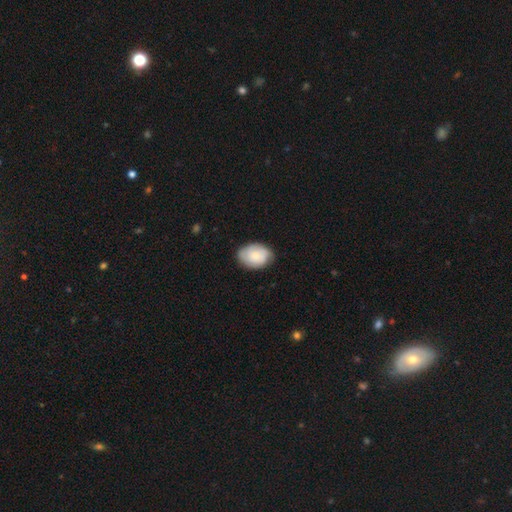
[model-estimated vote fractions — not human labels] A smooth galaxy with no disk features (70%) that is in between round and cigar-shaped (79%). Merging: none (75%).